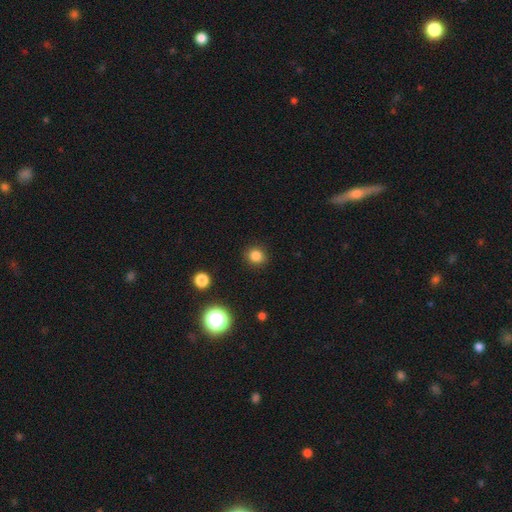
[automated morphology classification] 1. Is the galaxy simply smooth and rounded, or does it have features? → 82% smooth, 14% star or artifact, 4% featured or disk.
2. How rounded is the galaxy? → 84% round, 15% in between, 1% cigar-shaped.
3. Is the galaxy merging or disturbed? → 89% none, 7% minor disturbance, 2% major disturbance, 1% merger.